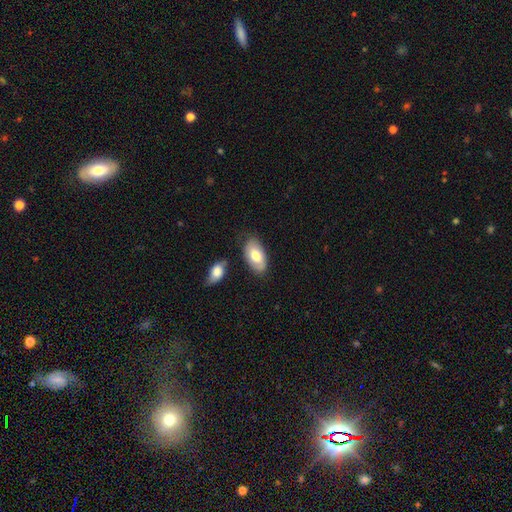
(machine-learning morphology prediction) smooth 71%, featured or disk 23%, star or artifact 6%. Down the decision tree: how rounded — in between (95%); merging — none (73%).